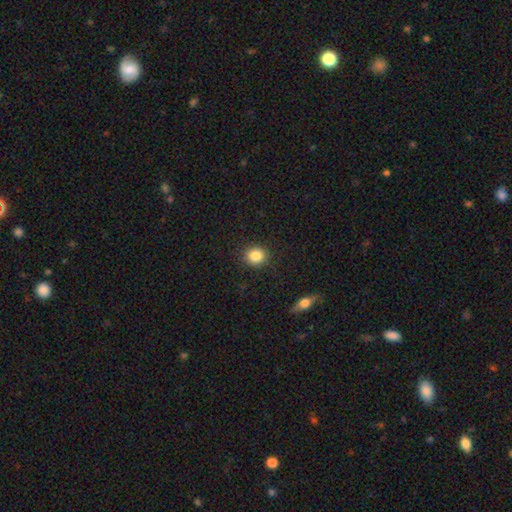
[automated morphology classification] Overall: smooth (85%). How rounded: round (84%). Merging: none (90%).